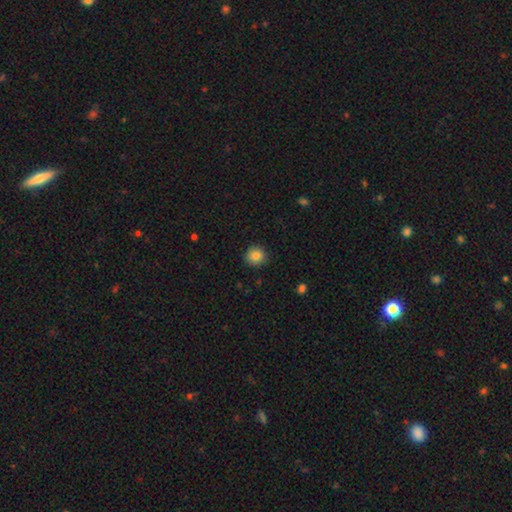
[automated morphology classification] Q: Smooth or featured?
A: smooth (85%); runner-up: star or artifact (9%)
Q: How rounded?
A: round (88%); runner-up: in between (11%)
Q: Merging?
A: none (89%); runner-up: minor disturbance (8%)